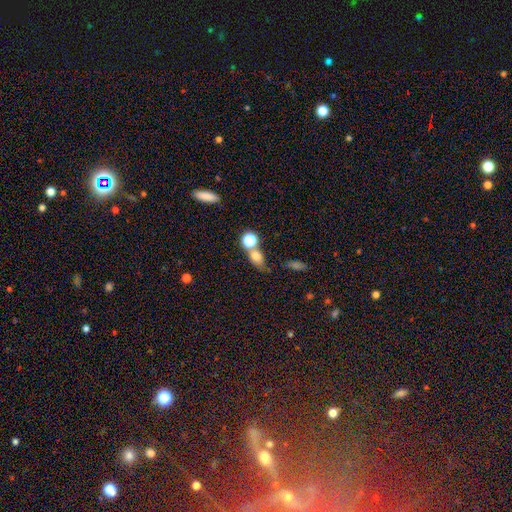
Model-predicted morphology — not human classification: This appears to be a smooth galaxy with no disk features (73%) that is in between round and cigar-shaped (60%). Merging: none (46%).